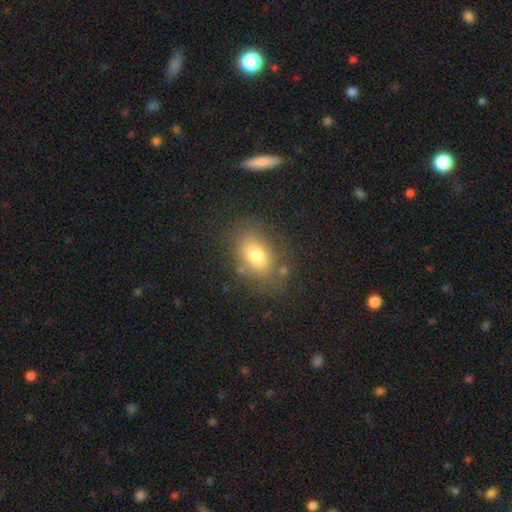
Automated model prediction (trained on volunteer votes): The model was most divided on "merging": none: 75%, minor disturbance: 14%, merger: 5%, major disturbance: 5%. More confident: how rounded — in between (82%); smooth or featured — smooth (76%).